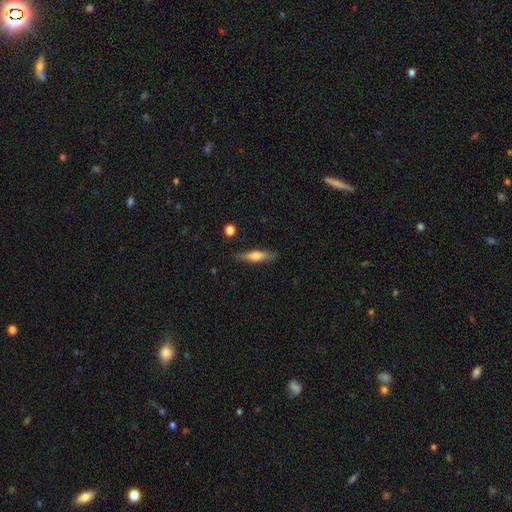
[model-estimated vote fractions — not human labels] Overall: smooth (54%; featured or disk 39%). How rounded: cigar-shaped (78%). Merging: none (85%).